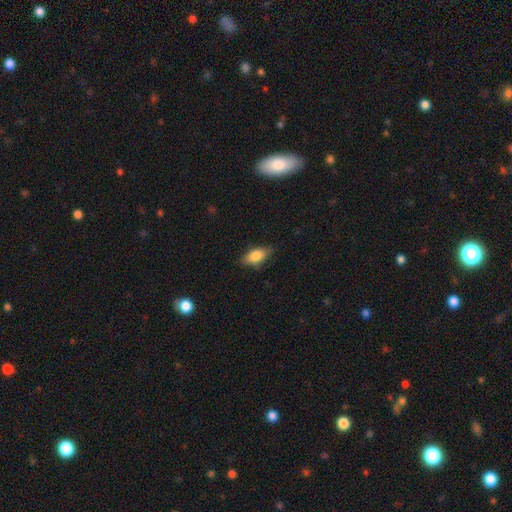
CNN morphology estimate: type=smooth (79%); roundness=in between (85%); merging=none (76%).